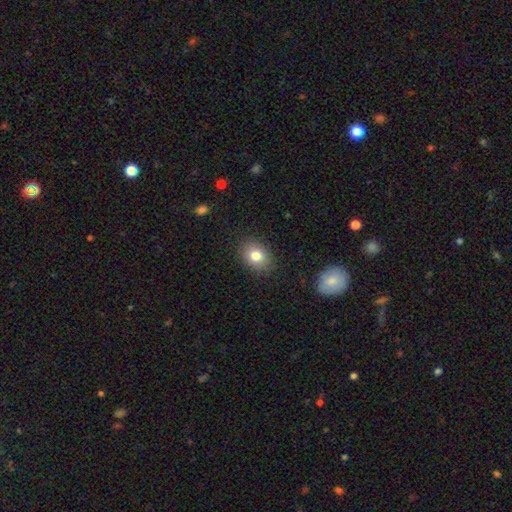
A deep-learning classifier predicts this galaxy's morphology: A smooth galaxy with no disk features (80%) that is in between round and cigar-shaped (54%).

Vote fractions:
- Smooth or featured? smooth: 80% / star or artifact: 11% / featured or disk: 9%
- How rounded? in between: 54% / round: 45% / cigar-shaped: 1%
- Merging? none: 87% / minor disturbance: 9% / major disturbance: 3% / merger: 1%